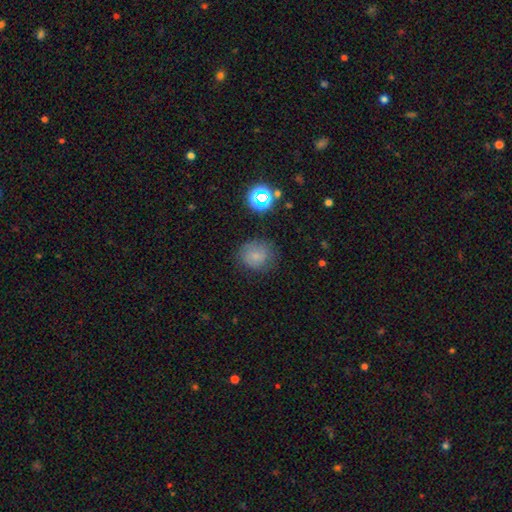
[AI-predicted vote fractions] smooth 70%, star or artifact 16%, featured or disk 14%. Down the decision tree: how rounded — round (80%); merging — none (73%).